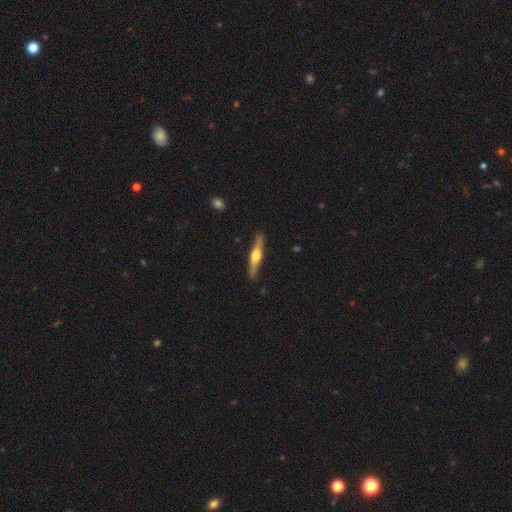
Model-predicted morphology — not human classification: Smooth or featured?
  - featured or disk: 67% *
  - smooth: 28%
  - star or artifact: 5%
Edge-on disk?
  - yes: 97% *
  - no: 3%
Edge-on bulge?
  - rounded: 92% *
  - boxy: 5%
  - none: 3%
Merging?
  - none: 89% *
  - minor disturbance: 8%
  - major disturbance: 2%
  - merger: 1%